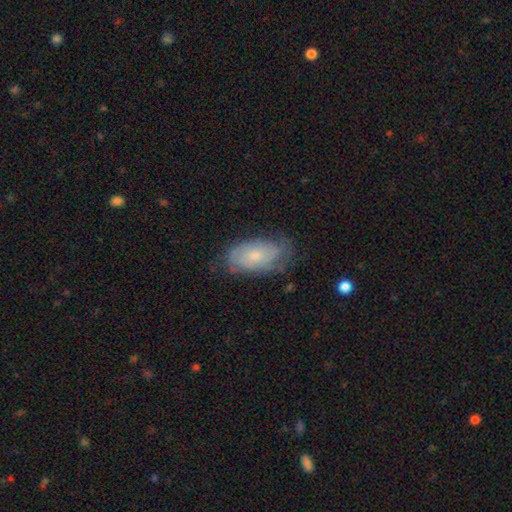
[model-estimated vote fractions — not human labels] featured or disk 47%, smooth 46%, star or artifact 7%. Down the decision tree: merging — none (64%).